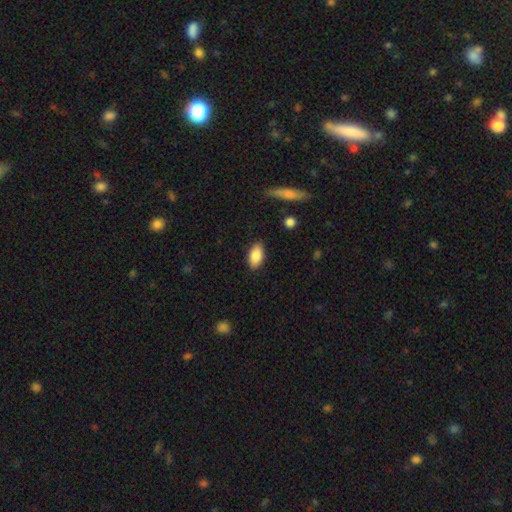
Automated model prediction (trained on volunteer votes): smooth_or_featured: smooth (p=0.86) [alt: featured or disk p=0.08]
how_rounded: in between (p=0.92) [alt: cigar-shaped p=0.04]
merging: none (p=0.86) [alt: minor disturbance p=0.11]